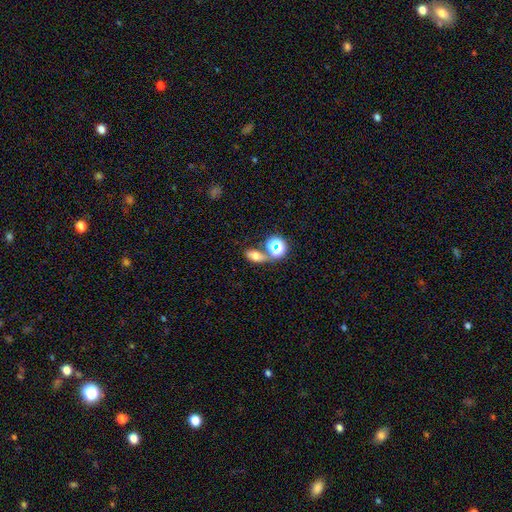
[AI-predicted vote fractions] This appears to be a smooth galaxy with no disk features (63%) that is in between round and cigar-shaped (76%). Merging: none (56%).